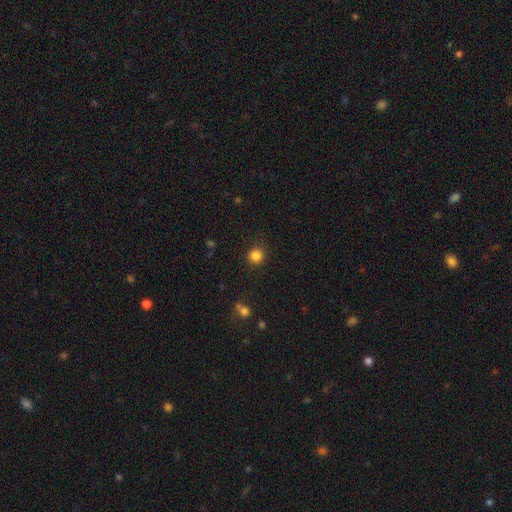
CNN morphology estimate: A smooth galaxy with no disk features (84%) that is round (91%). Merging: none (87%).